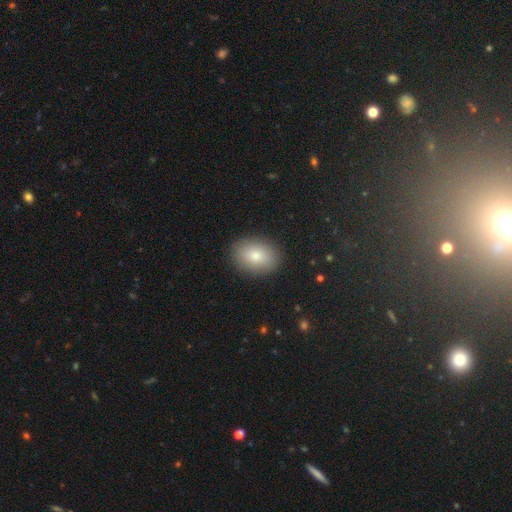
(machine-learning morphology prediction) type=smooth (83%); roundness=in between (77%); merging=none (88%).